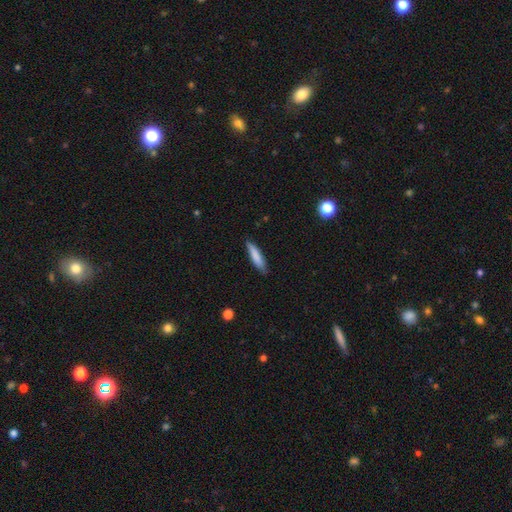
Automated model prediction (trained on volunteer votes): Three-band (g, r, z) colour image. It shows a smooth galaxy with no disk features (81%) that is cigar-shaped (81%). Merging: none (82%).